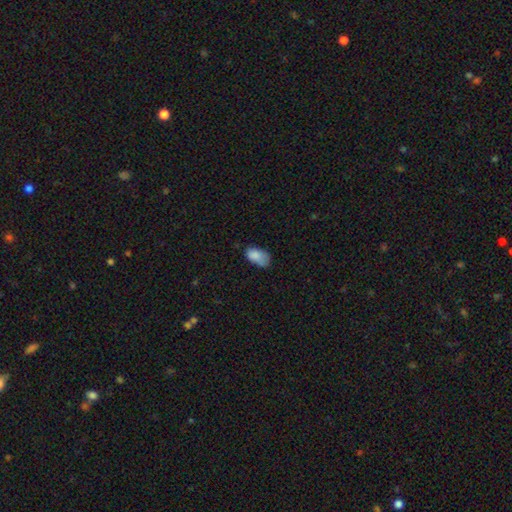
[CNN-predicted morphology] Smooth or featured: smooth — 83% (star or artifact — 9%)
How rounded: in between — 92% (round — 7%)
Merging: none — 46% (minor disturbance — 37%)